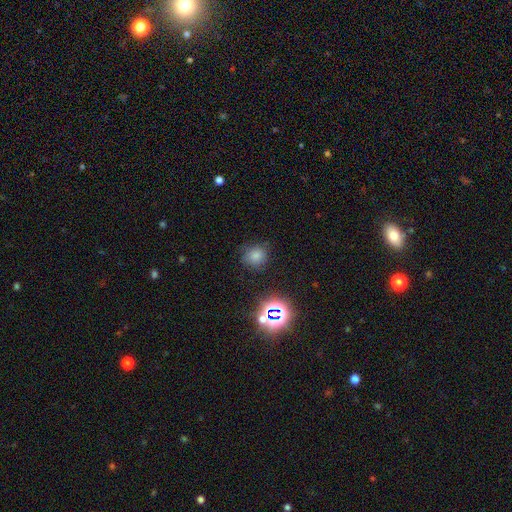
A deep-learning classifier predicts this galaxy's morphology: Smooth or featured? smooth (71%)
How rounded? round (84%)
Merging? none (78%)